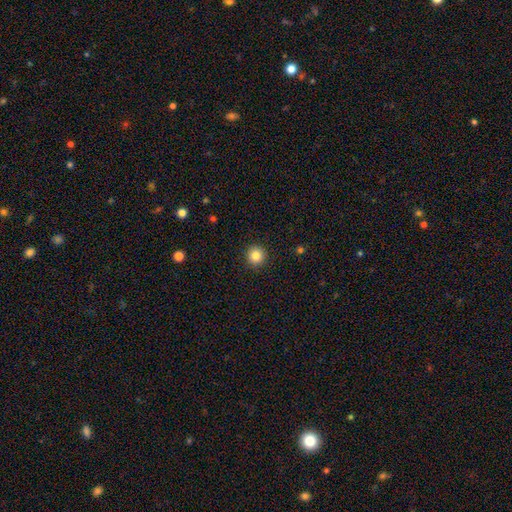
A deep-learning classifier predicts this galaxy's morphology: This is clearly a smooth galaxy (84%). How rounded: clearly round (95%). Merging: clearly none (92%).